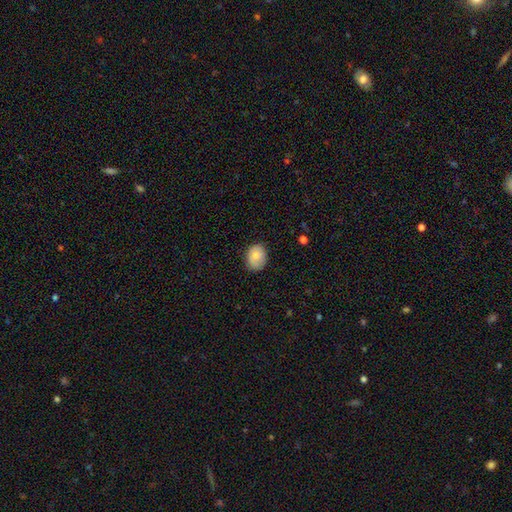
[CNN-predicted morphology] smooth 82%, featured or disk 10%, star or artifact 8%. Down the decision tree: how rounded — in between (58%); merging — none (75%).